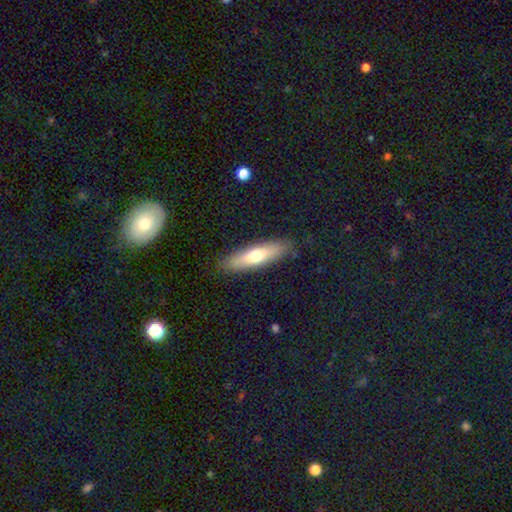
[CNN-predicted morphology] Smooth or featured?
  - smooth: 62% *
  - featured or disk: 33%
  - star or artifact: 6%
How rounded?
  - cigar-shaped: 66% *
  - in between: 32%
  - round: 2%
Merging?
  - none: 87% *
  - minor disturbance: 9%
  - major disturbance: 2%
  - merger: 1%